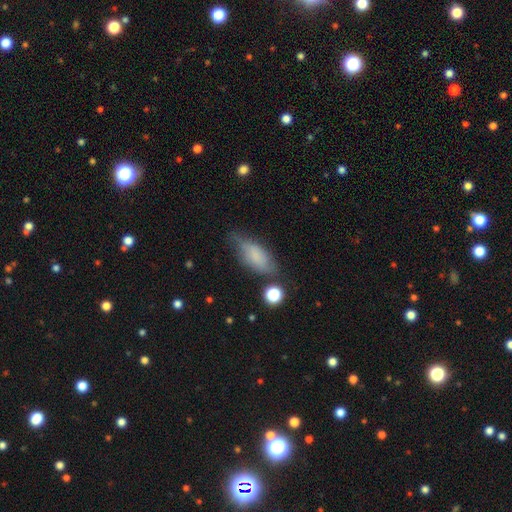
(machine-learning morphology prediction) Smooth or featured? Predicted: smooth (p=0.70). How rounded? Predicted: in between (p=0.79). Merging? Predicted: none (p=0.57).